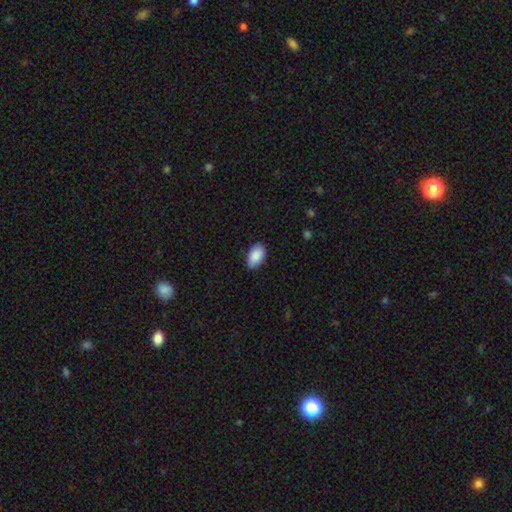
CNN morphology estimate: type=smooth (90%); roundness=in between (94%); merging=none (85%).